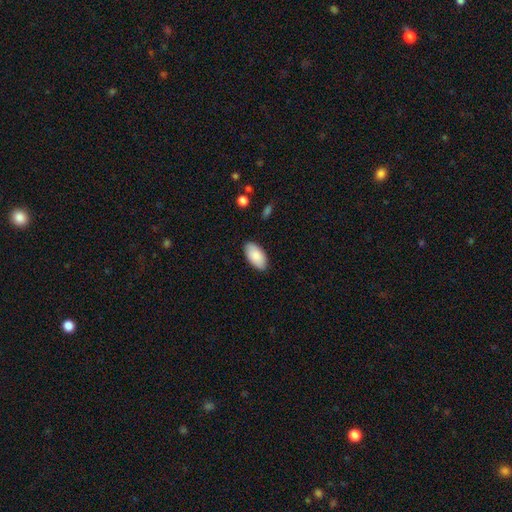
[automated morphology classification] Smooth or featured? smooth (87%)
How rounded? in between (96%)
Merging? none (87%)